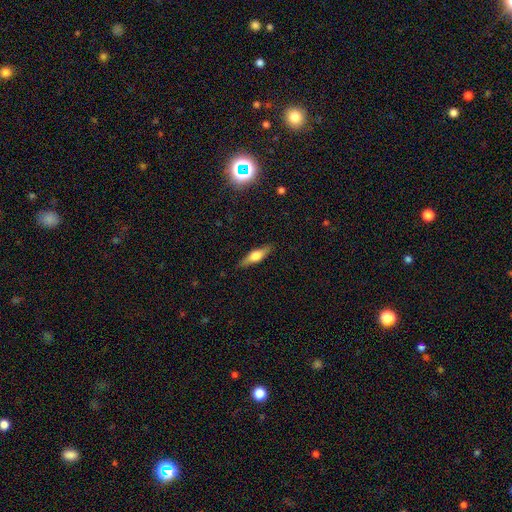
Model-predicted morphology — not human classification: Smooth or featured? Predicted: featured or disk (p=0.47). Merging? Predicted: none (p=0.86).